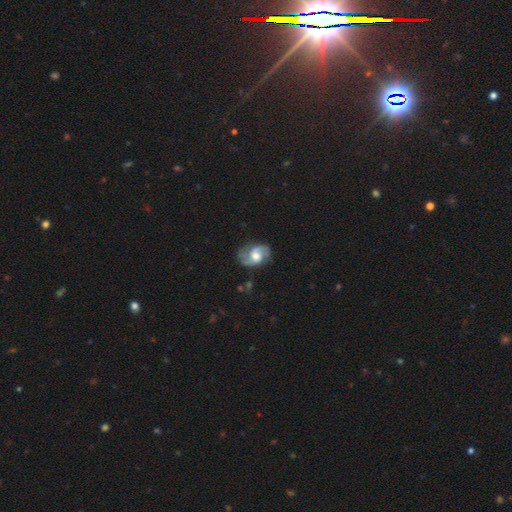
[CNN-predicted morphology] A featured or disk galaxy (75%) with no bar (53%), 2 (85%) medium (48%) spiral arms (92%) and a moderate central bulge (62%).

Vote fractions:
- Smooth or featured? featured or disk: 75% / smooth: 19% / star or artifact: 6%
- Edge-on disk? no: 97% / yes: 3%
- Bar? no: 53% / weak: 39% / strong: 8%
- Spiral arms? yes: 92% / no: 8%
- Spiral winding? medium: 48% / loose: 33% / tight: 19%
- Spiral arm count? 2: 85% / can't tell: 7% / 3: 3% / 1: 3% / 4: 1% / more than 4: 1%
- Bulge size? moderate: 62% / large: 23% / small: 11% / none: 2% / dominant: 2%
- Merging? none: 69% / minor disturbance: 21% / major disturbance: 9% / merger: 2%